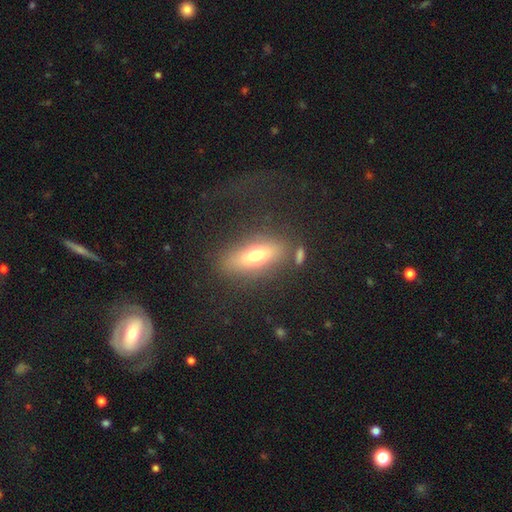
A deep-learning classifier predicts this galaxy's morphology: smooth 63%, featured or disk 27%, star or artifact 10%. Down the decision tree: how rounded — in between (66%); merging — none (78%).